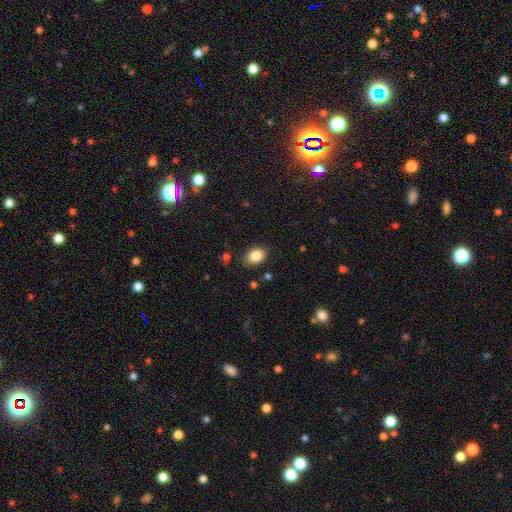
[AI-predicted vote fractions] Smooth or featured?
  - smooth: 87% *
  - star or artifact: 8%
  - featured or disk: 5%
How rounded?
  - in between: 80% *
  - round: 19%
  - cigar-shaped: 1%
Merging?
  - none: 82% *
  - minor disturbance: 13%
  - major disturbance: 3%
  - merger: 2%